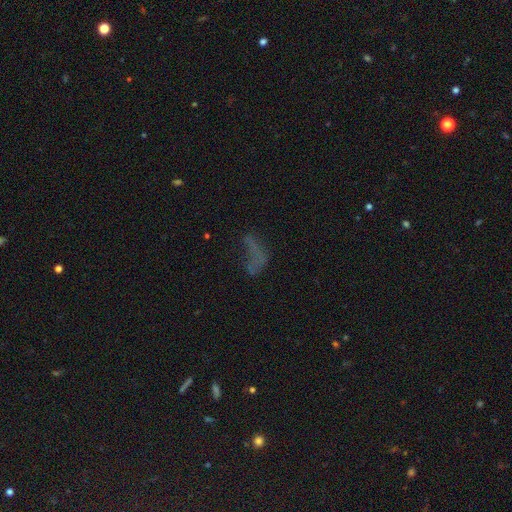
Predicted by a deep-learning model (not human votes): Smooth or featured?
  - smooth: 38% *
  - star or artifact: 33%
  - featured or disk: 29%
Merging?
  - none: 40% *
  - major disturbance: 35%
  - minor disturbance: 17%
  - merger: 8%